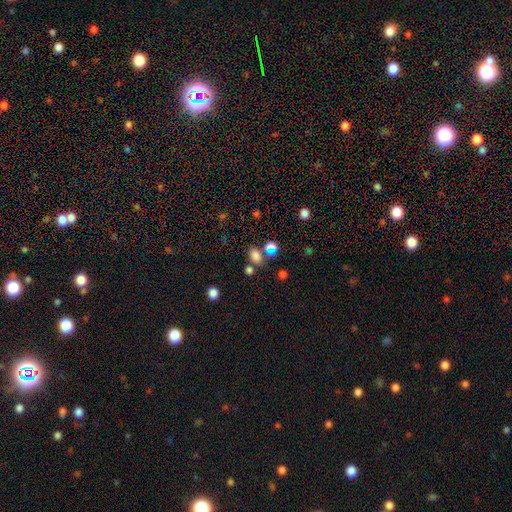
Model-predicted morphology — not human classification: Smooth or featured? smooth (76%)
How rounded? in between (74%)
Merging? none (57%)